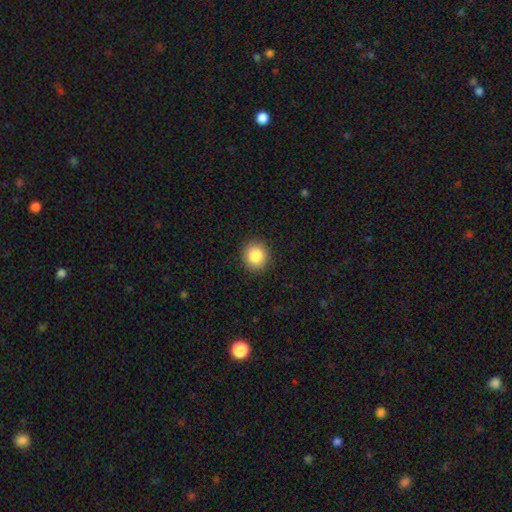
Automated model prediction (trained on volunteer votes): Smooth or featured? smooth (85%)
How rounded? round (85%)
Merging? none (91%)